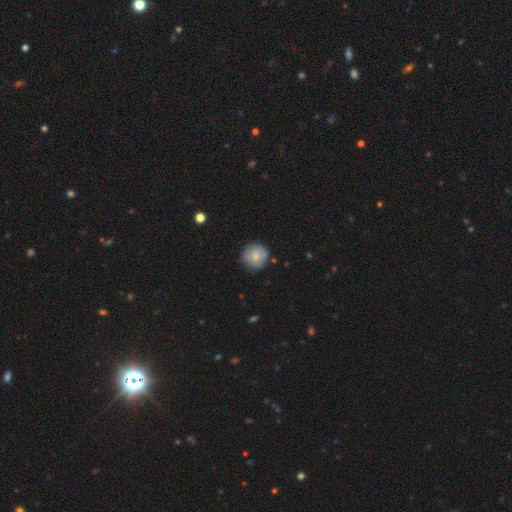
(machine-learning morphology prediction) smooth_or_featured: smooth (p=0.72) [alt: featured or disk p=0.20]
how_rounded: round (p=0.92) [alt: in between p=0.07]
merging: none (p=0.78) [alt: minor disturbance p=0.16]